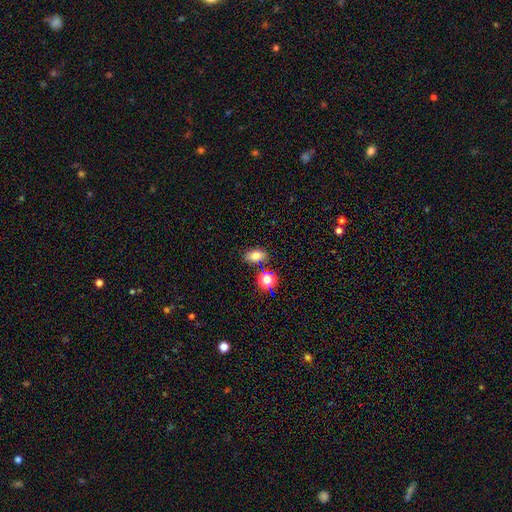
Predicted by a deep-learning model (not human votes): smooth_or_featured: smooth (p=0.75) [alt: star or artifact p=0.15]
how_rounded: in between (p=0.80) [alt: round p=0.18]
merging: none (p=0.76) [alt: minor disturbance p=0.12]